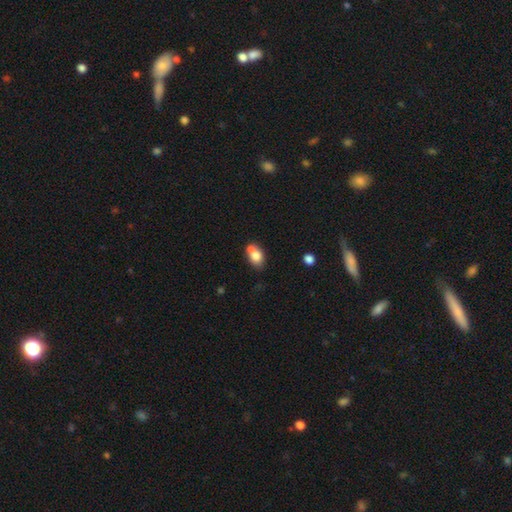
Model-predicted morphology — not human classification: Smooth or featured: smooth — 76% (featured or disk — 15%)
How rounded: in between — 70% (round — 28%)
Merging: merger — 43% (none — 40%)